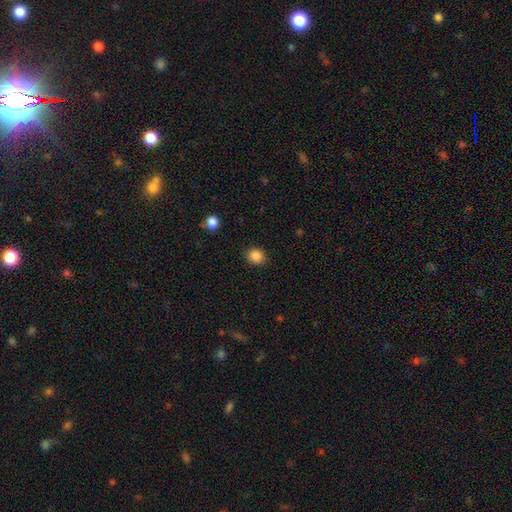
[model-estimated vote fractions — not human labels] smooth-or-featured: smooth: 86% | star or artifact: 10% | featured or disk: 3%
  how-rounded: round: 77% | in between: 22% | cigar-shaped: 1%
  merging: none: 89% | minor disturbance: 8% | major disturbance: 2% | merger: 1%